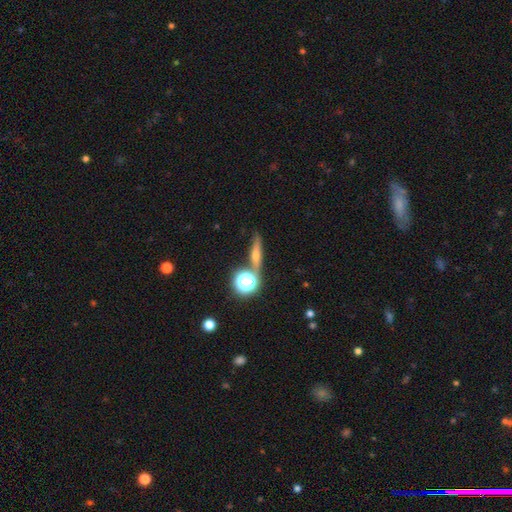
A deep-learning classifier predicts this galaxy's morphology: This is possibly a featured or disk galaxy (45%). Merging: likely none (79%).